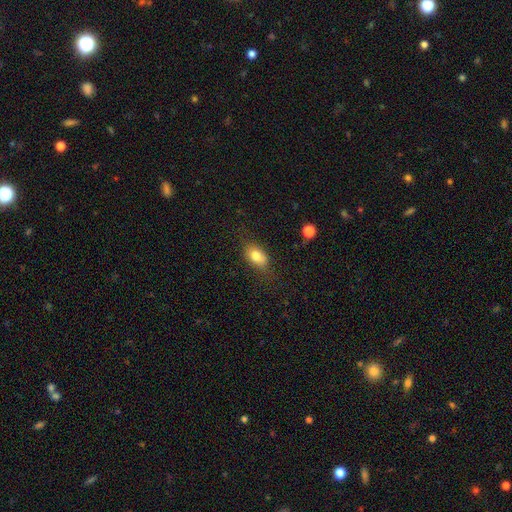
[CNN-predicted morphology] Smooth or featured: smooth — 79% (featured or disk — 13%)
How rounded: in between — 83% (round — 14%)
Merging: none — 71% (minor disturbance — 20%)